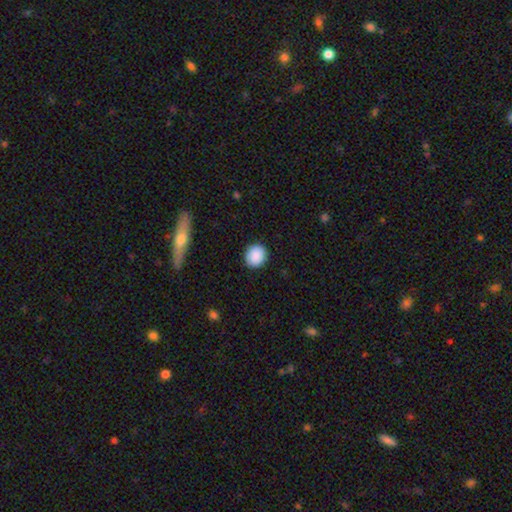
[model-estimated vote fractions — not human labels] This is clearly a smooth galaxy (89%). How rounded: likely round (75%). Merging: clearly none (89%).